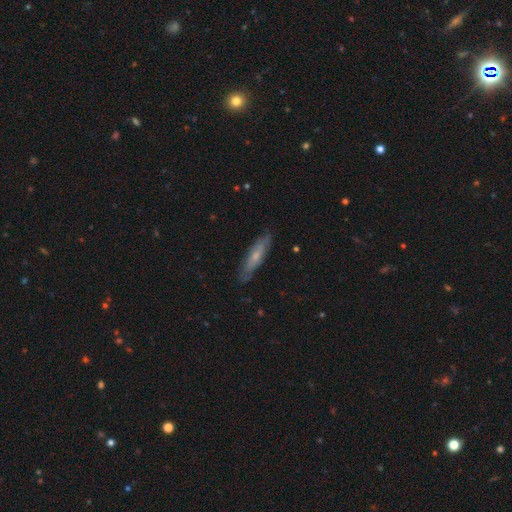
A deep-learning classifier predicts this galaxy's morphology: Overall: smooth (49%; featured or disk 45%). Merging: none (82%).